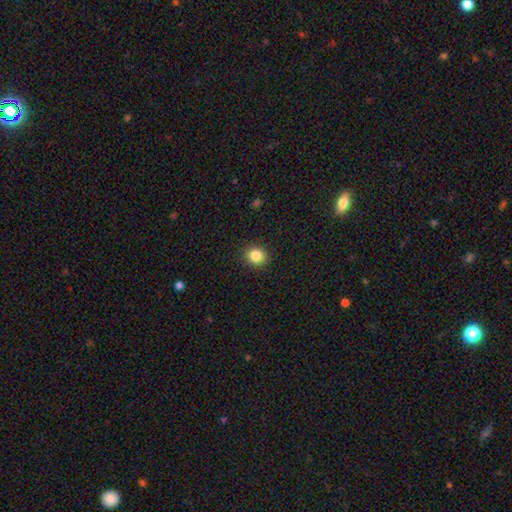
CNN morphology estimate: A smooth galaxy with no disk features (85%) that is round (79%).

Vote fractions:
- Smooth or featured? smooth: 85% / star or artifact: 10% / featured or disk: 5%
- How rounded? round: 79% / in between: 20% / cigar-shaped: 1%
- Merging? none: 91% / minor disturbance: 6% / major disturbance: 2% / merger: 1%